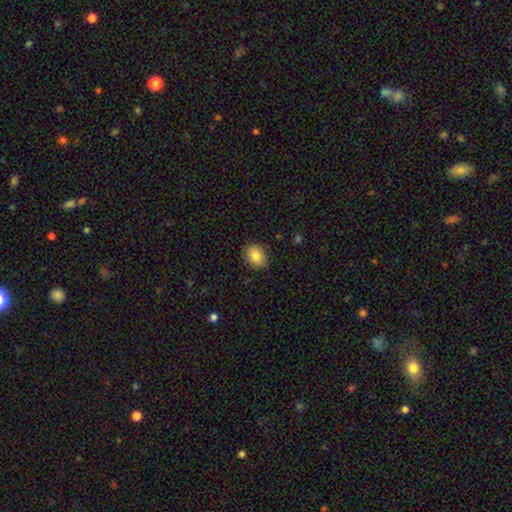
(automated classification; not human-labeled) Smooth or featured? Predicted: smooth (p=0.86). How rounded? Predicted: in between (p=0.64). Merging? Predicted: none (p=0.88).